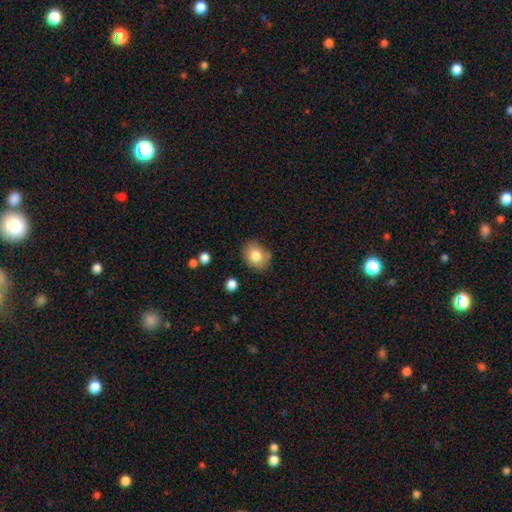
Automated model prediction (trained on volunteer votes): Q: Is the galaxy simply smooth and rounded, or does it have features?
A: smooth — 80%.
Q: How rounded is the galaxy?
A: in between — 54%.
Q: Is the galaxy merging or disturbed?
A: none — 71%.